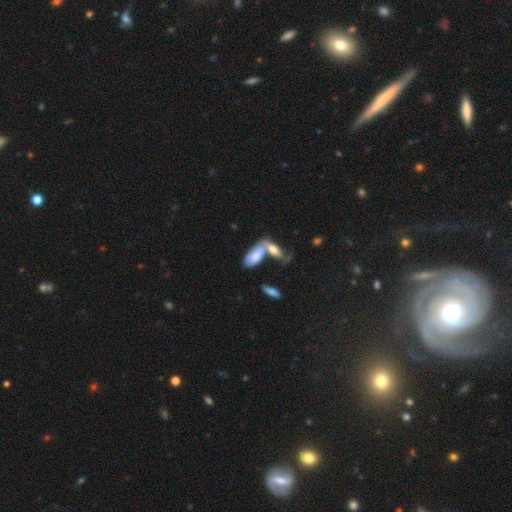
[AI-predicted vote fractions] Smooth or featured?
  - smooth: 66% *
  - featured or disk: 28%
  - star or artifact: 7%
How rounded?
  - in between: 83% *
  - cigar-shaped: 15%
  - round: 2%
Merging?
  - merger: 58% *
  - none: 26%
  - minor disturbance: 11%
  - major disturbance: 5%